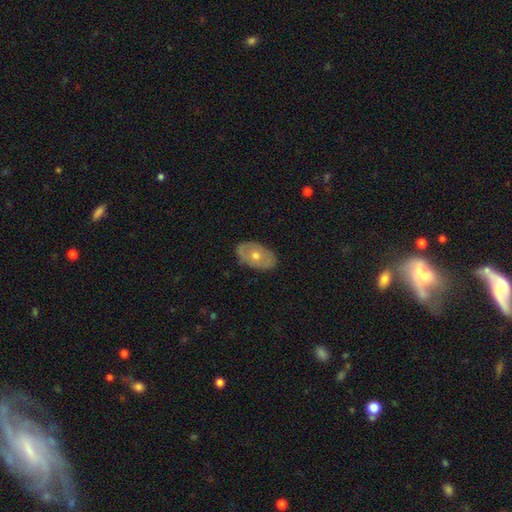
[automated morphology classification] featured or disk 51%, smooth 42%, star or artifact 6%. Down the decision tree: edge-on disk — no (88%); merging — none (84%).